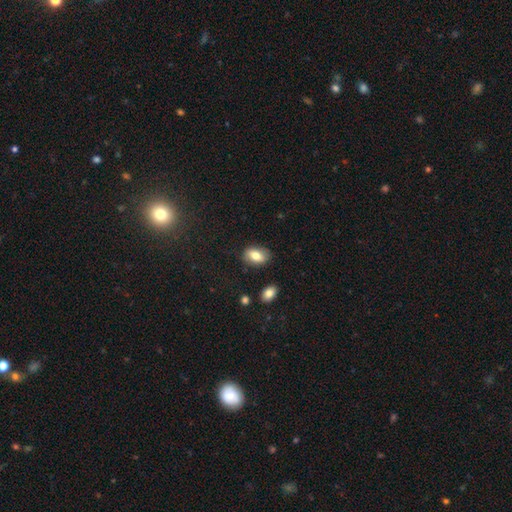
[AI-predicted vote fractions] Smooth or featured: smooth — 78% (featured or disk — 14%)
How rounded: in between — 88% (round — 11%)
Merging: none — 81% (minor disturbance — 13%)